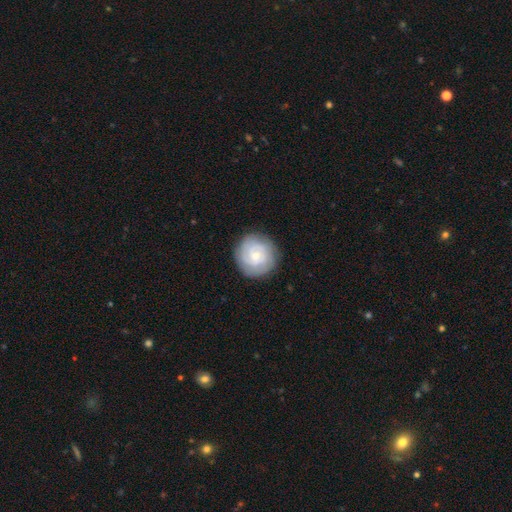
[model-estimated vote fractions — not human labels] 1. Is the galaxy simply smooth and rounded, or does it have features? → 58% featured or disk, 36% smooth, 6% star or artifact.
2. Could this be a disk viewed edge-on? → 98% no, 2% yes.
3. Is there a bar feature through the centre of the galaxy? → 75% no, 22% weak, 3% strong.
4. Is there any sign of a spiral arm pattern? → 85% yes, 15% no.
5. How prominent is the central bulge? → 64% small, 32% moderate, 2% large, 1% none, 1% dominant.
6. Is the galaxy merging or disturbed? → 86% none, 10% minor disturbance, 3% major disturbance, 1% merger.